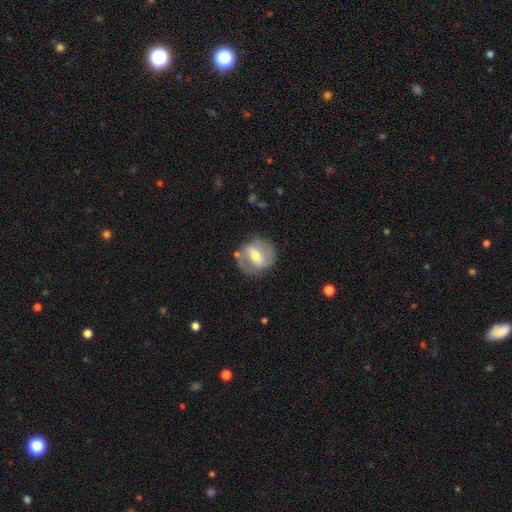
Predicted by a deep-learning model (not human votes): A featured or disk galaxy (62%) with a strong bar (51%), spiral arms (52%) and a moderate central bulge (62%).

Vote fractions:
- Smooth or featured? featured or disk: 62% / smooth: 32% / star or artifact: 6%
- Edge-on disk? no: 93% / yes: 7%
- Bar? strong: 51% / weak: 34% / no: 15%
- Spiral arms? yes: 52% / no: 48%
- Bulge size? moderate: 62% / small: 30% / large: 6% / none: 1% / dominant: 1%
- Merging? none: 72% / minor disturbance: 17% / major disturbance: 8% / merger: 4%